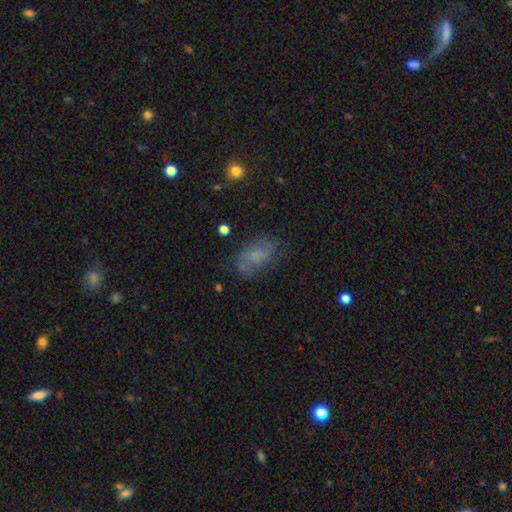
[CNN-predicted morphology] This is possibly a smooth galaxy (49%). Merging: likely none (64%).